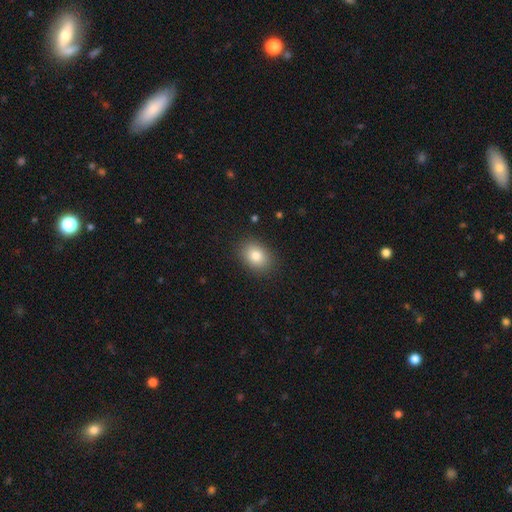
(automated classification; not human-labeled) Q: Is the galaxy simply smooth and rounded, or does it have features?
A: smooth — 83%.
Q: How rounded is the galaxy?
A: in between — 67%.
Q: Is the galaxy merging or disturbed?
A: none — 87%.